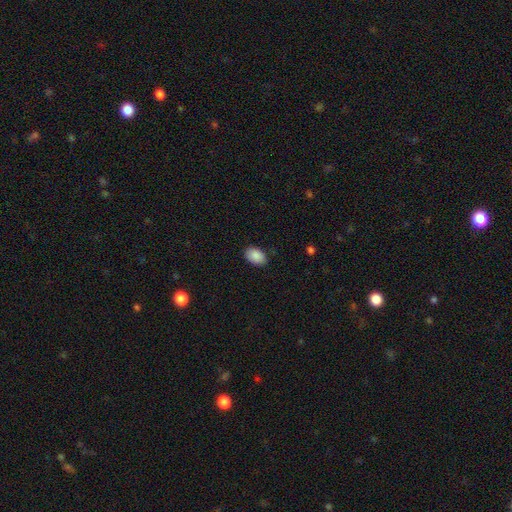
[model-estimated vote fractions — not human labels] This is clearly a smooth galaxy (90%). How rounded: clearly in between (89%). Merging: clearly none (87%).